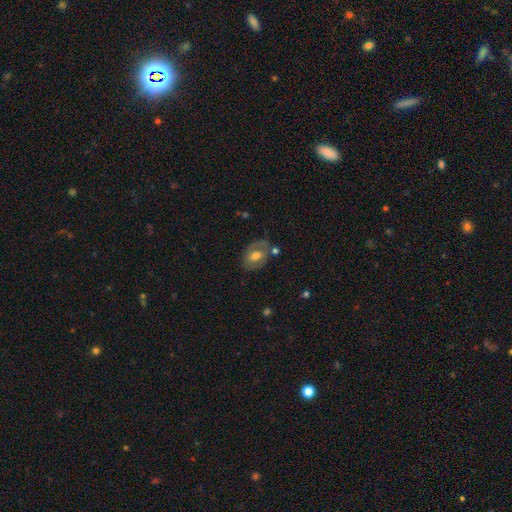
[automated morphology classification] The model was most divided on "smooth or featured": smooth: 49%, featured or disk: 44%, star or artifact: 8%. More confident: merging — none (67%).